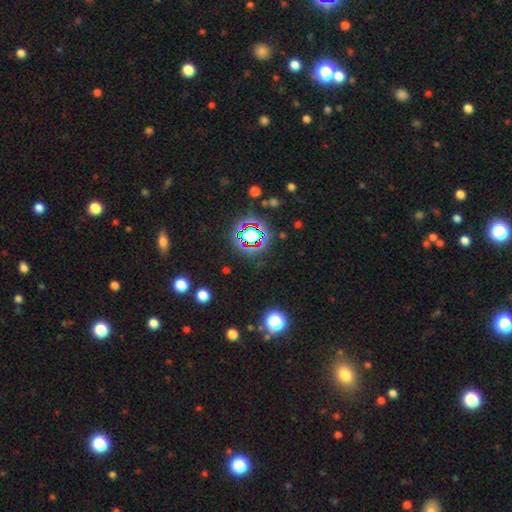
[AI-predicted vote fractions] smooth-or-featured: star or artifact: 77% | smooth: 14% | featured or disk: 9%